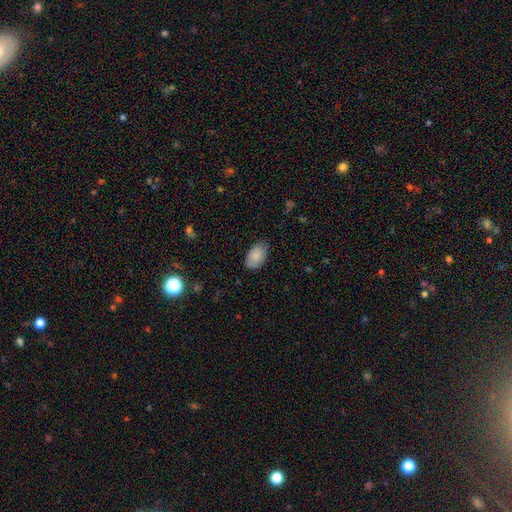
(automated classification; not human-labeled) smooth-or-featured: smooth: 86% | featured or disk: 7% | star or artifact: 7%
  how-rounded: in between: 93% | round: 6% | cigar-shaped: 1%
  merging: none: 78% | minor disturbance: 18% | major disturbance: 3% | merger: 1%